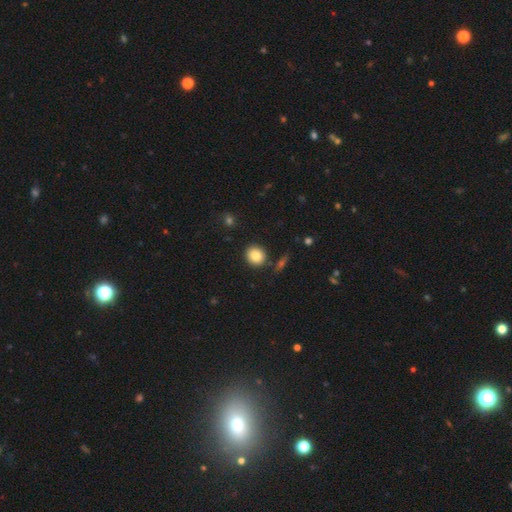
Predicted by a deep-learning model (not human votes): smooth-or-featured: smooth: 84% | star or artifact: 9% | featured or disk: 7%
  how-rounded: round: 81% | in between: 17% | cigar-shaped: 1%
  merging: none: 86% | minor disturbance: 7% | merger: 4% | major disturbance: 2%